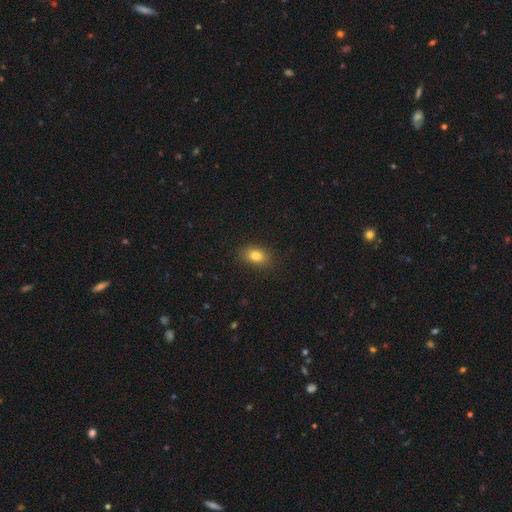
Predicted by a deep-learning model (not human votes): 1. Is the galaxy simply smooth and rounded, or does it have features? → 83% smooth, 10% star or artifact, 8% featured or disk.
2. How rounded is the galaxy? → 82% in between, 16% round, 2% cigar-shaped.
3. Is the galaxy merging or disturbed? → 87% none, 10% minor disturbance, 3% major disturbance, 1% merger.